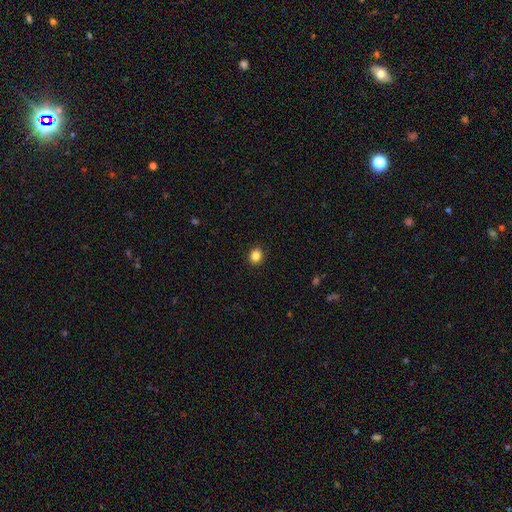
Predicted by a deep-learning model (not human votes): A smooth galaxy with no disk features (85%) that is round (71%).

Vote fractions:
- Smooth or featured? smooth: 85% / star or artifact: 11% / featured or disk: 4%
- How rounded? round: 71% / in between: 29% / cigar-shaped: 1%
- Merging? none: 91% / minor disturbance: 6% / major disturbance: 2% / merger: 1%